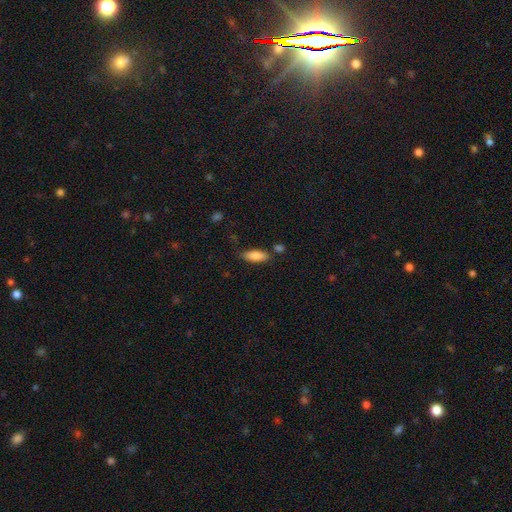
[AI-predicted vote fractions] Q: Smooth or featured?
A: smooth (86%); runner-up: featured or disk (8%)
Q: How rounded?
A: in between (76%); runner-up: cigar-shaped (22%)
Q: Merging?
A: none (74%); runner-up: minor disturbance (16%)